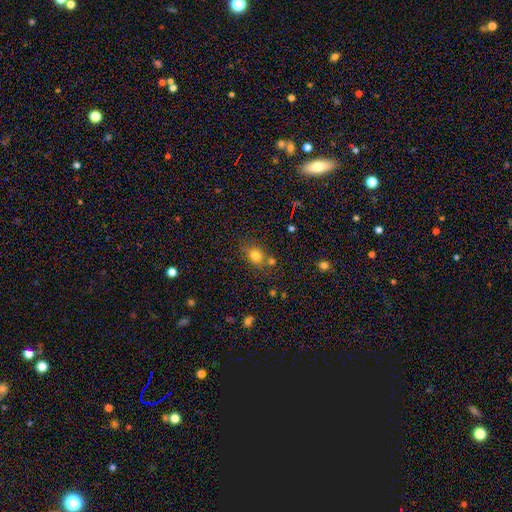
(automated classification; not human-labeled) Smooth or featured? Predicted: smooth (p=0.78). How rounded? Predicted: round (p=0.64). Merging? Predicted: none (p=0.67).